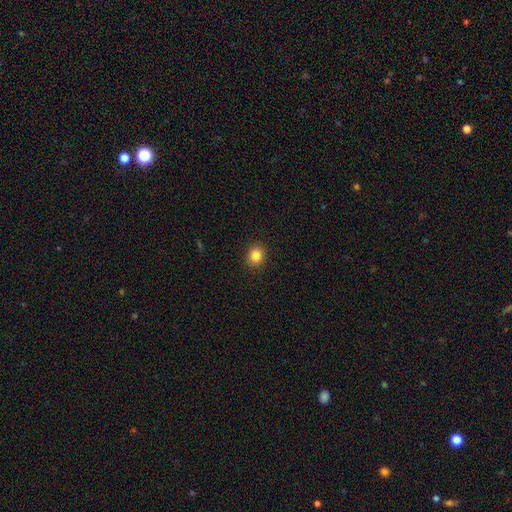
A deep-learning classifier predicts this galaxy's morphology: A smooth galaxy with no disk features (84%) that is round (70%). Merging: none (91%).